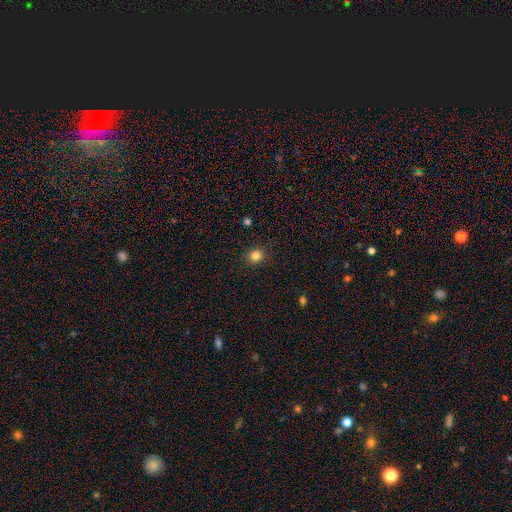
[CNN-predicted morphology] smooth-or-featured: smooth: 83% | star or artifact: 12% | featured or disk: 4%
  how-rounded: round: 85% | in between: 14% | cigar-shaped: 1%
  merging: none: 89% | minor disturbance: 7% | major disturbance: 2% | merger: 1%